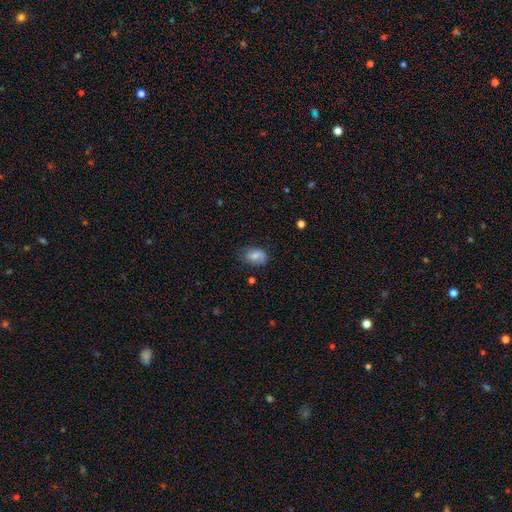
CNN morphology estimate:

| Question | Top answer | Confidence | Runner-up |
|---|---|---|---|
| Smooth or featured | smooth | 74% | featured or disk (17%) |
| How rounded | in between | 81% | round (18%) |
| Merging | none | 64% | minor disturbance (27%) |